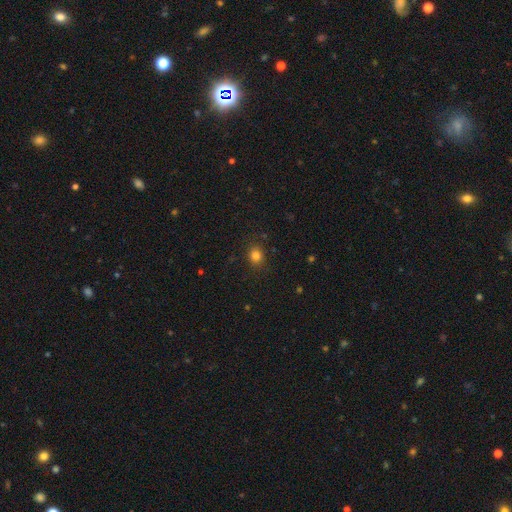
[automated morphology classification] This appears to be a smooth galaxy with no disk features (82%) that is round (71%). Merging: none (88%).